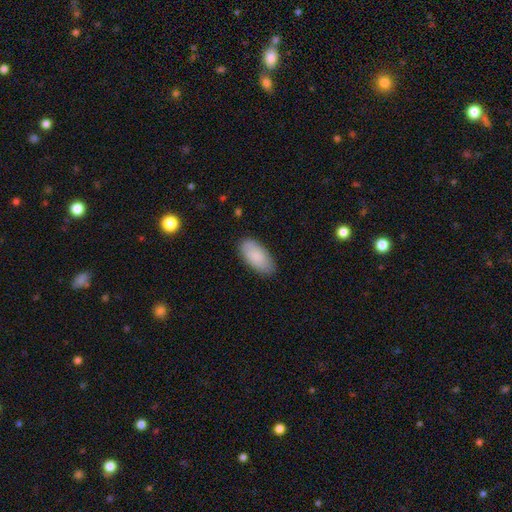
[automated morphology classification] This appears to be a smooth galaxy with no disk features (86%) that is in between round and cigar-shaped (93%). Merging: none (83%).